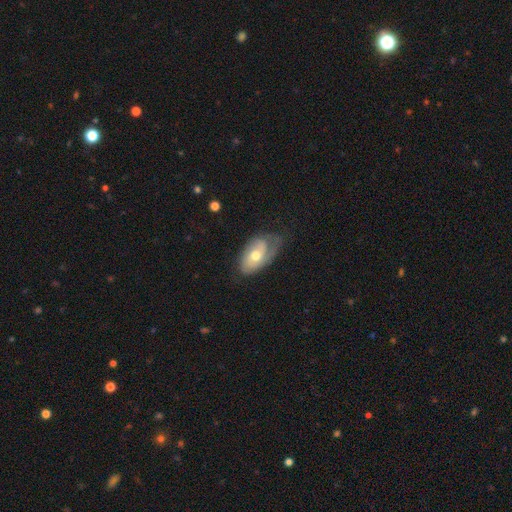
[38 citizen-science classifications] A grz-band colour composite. It shows a smooth galaxy with no disk features (61%) that is in between round and cigar-shaped (91%). Merging: minor disturbance (40%).